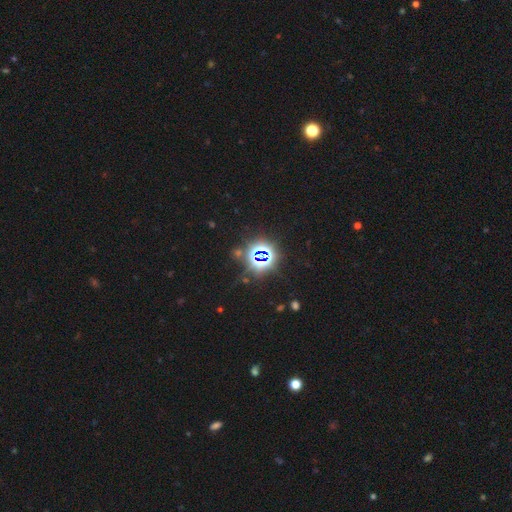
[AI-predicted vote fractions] Overall: star or artifact (81%).